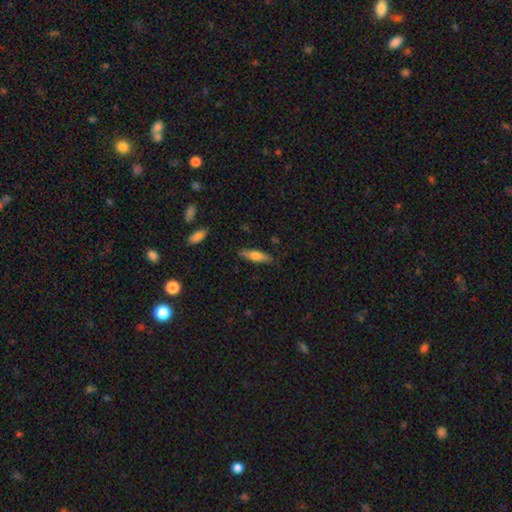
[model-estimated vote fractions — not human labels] smooth_or_featured: smooth (p=0.65) [alt: featured or disk p=0.29]
how_rounded: cigar-shaped (p=0.59) [alt: in between p=0.39]
merging: none (p=0.81) [alt: minor disturbance p=0.14]